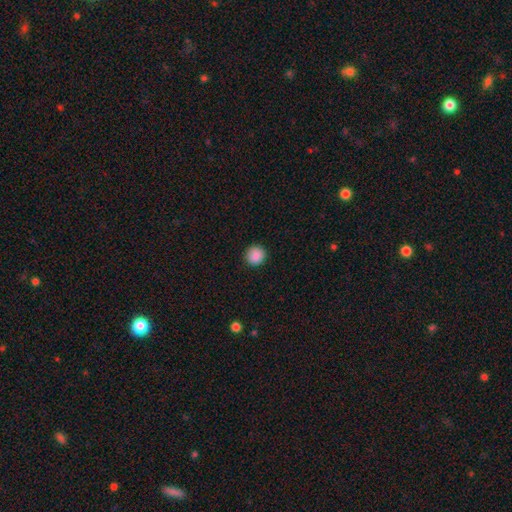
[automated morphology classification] Overall: smooth (88%). How rounded: round (93%). Merging: none (91%).